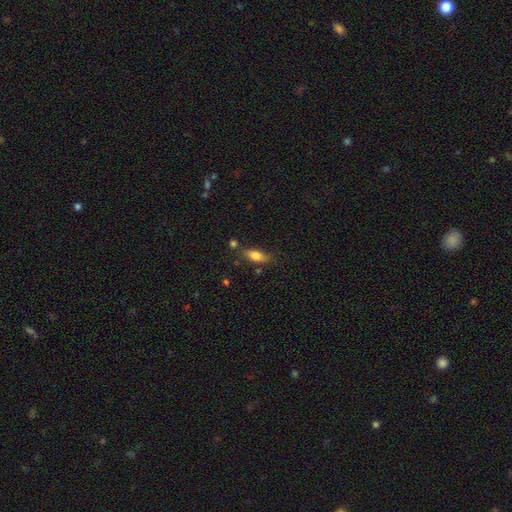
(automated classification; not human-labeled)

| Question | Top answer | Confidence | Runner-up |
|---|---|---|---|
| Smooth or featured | smooth | 78% | featured or disk (14%) |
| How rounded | in between | 78% | cigar-shaped (18%) |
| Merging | none | 70% | minor disturbance (19%) |